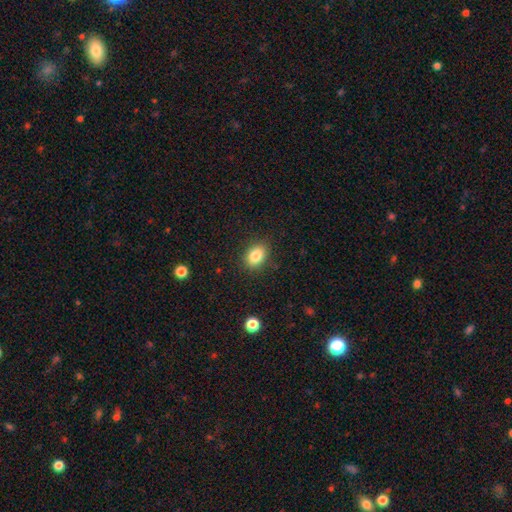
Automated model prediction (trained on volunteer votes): This appears to be a smooth galaxy with no disk features (84%) that is in between round and cigar-shaped (77%). Merging: none (86%).